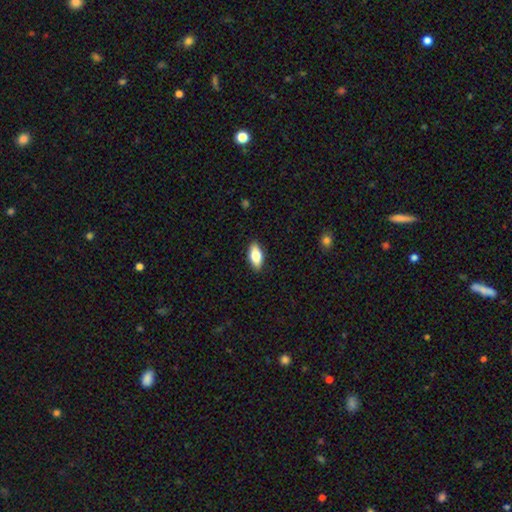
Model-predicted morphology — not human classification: A smooth galaxy with no disk features (75%) that is in between round and cigar-shaped (86%). Merging: none (89%).